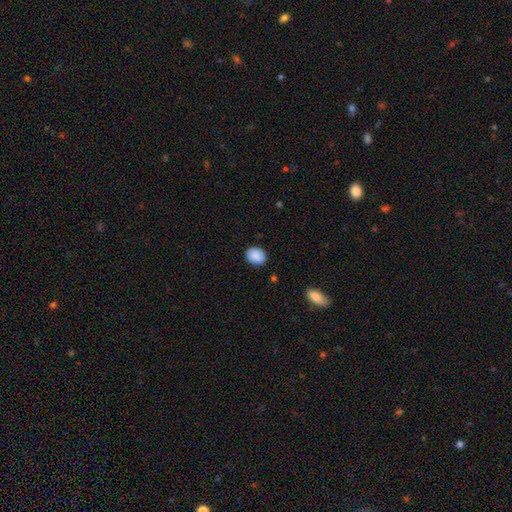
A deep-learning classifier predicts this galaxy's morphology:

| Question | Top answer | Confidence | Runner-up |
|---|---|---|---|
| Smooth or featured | smooth | 87% | star or artifact (7%) |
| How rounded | in between | 50% | round (49%) |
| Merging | none | 85% | minor disturbance (12%) |